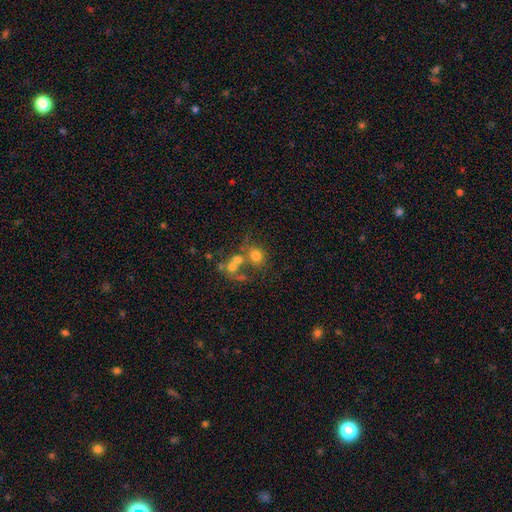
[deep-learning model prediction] Overall: smooth (64%). How rounded: round (71%). Merging: merger (41%; none 38%).